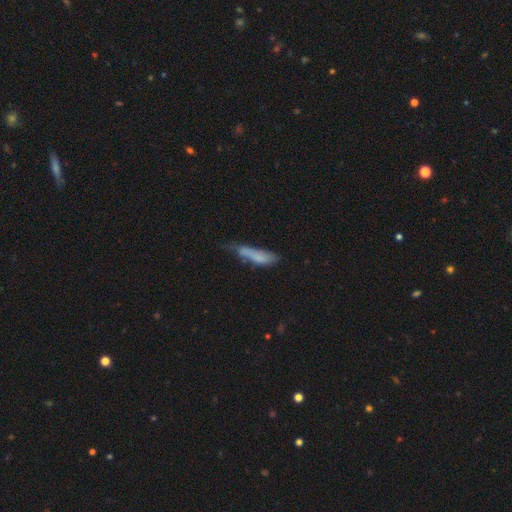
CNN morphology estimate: type=smooth (71%); roundness=cigar-shaped (69%); merging=minor disturbance (36%).